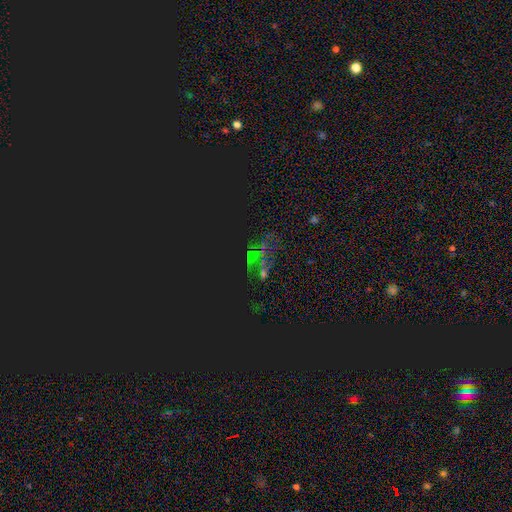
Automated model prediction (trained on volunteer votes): smooth-or-featured: star or artifact: 71% | smooth: 15% | featured or disk: 14%